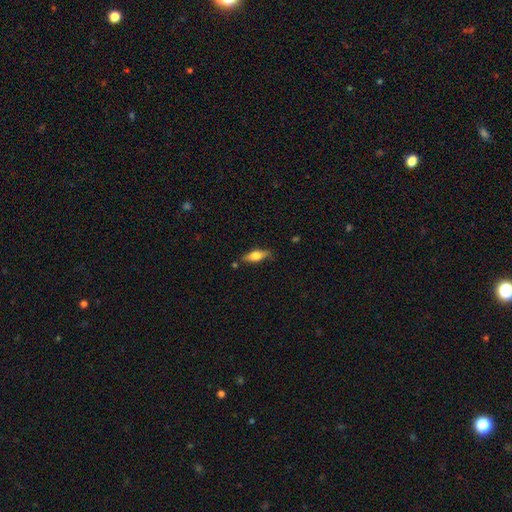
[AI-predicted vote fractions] Smooth or featured: smooth — 60% (featured or disk — 34%)
How rounded: in between — 56% (cigar-shaped — 41%)
Merging: none — 78% (minor disturbance — 15%)